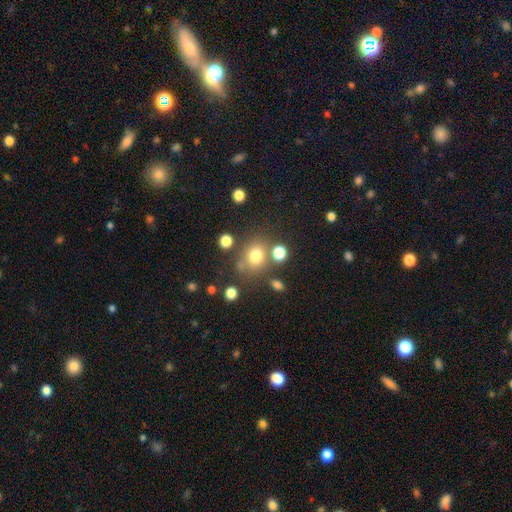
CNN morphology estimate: type=smooth (74%); roundness=round (65%); merging=none (67%).